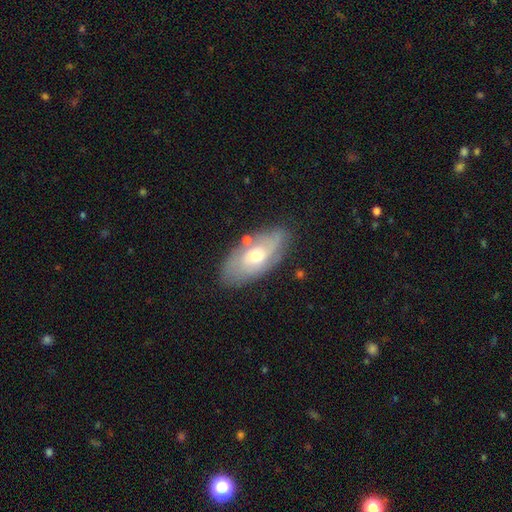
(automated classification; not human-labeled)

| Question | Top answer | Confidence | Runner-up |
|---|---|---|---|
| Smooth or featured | featured or disk | 61% | smooth (32%) |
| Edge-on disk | no | 88% | yes (12%) |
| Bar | no | 69% | weak (27%) |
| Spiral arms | yes | 75% | no (25%) |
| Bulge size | moderate | 66% | small (26%) |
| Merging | none | 74% | minor disturbance (17%) |